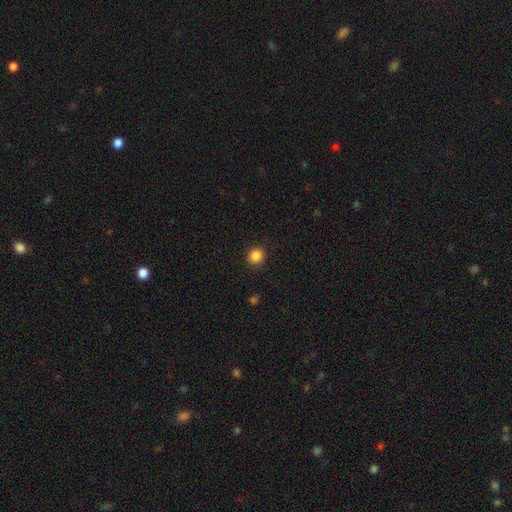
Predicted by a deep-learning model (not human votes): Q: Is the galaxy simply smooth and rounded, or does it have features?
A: smooth — 86%.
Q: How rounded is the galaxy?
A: round — 92%.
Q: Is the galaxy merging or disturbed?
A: none — 90%.